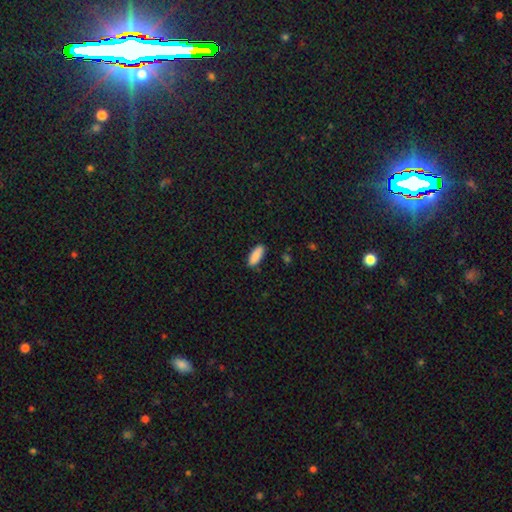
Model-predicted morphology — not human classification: Smooth or featured? Predicted: smooth (p=0.89). How rounded? Predicted: in between (p=0.74). Merging? Predicted: none (p=0.86).